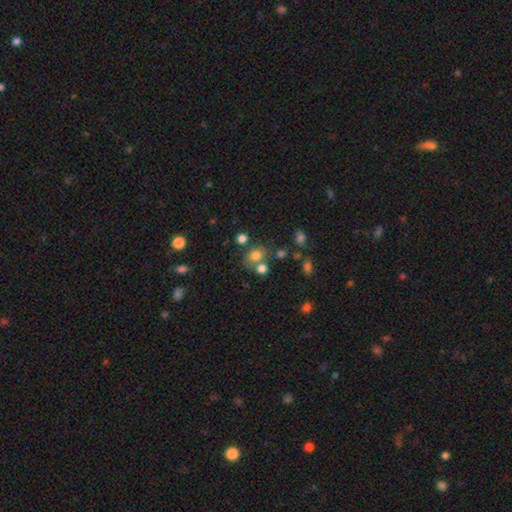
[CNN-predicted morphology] smooth 74%, star or artifact 15%, featured or disk 11%. Down the decision tree: how rounded — round (61%); merging — none (55%).